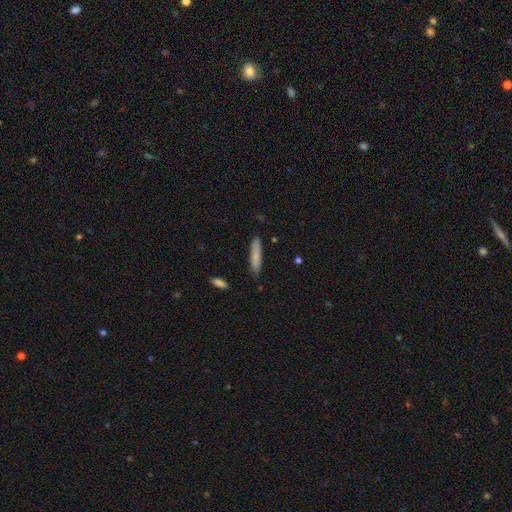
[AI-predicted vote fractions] A smooth galaxy with no disk features (79%) that is cigar-shaped (83%). Merging: none (85%).